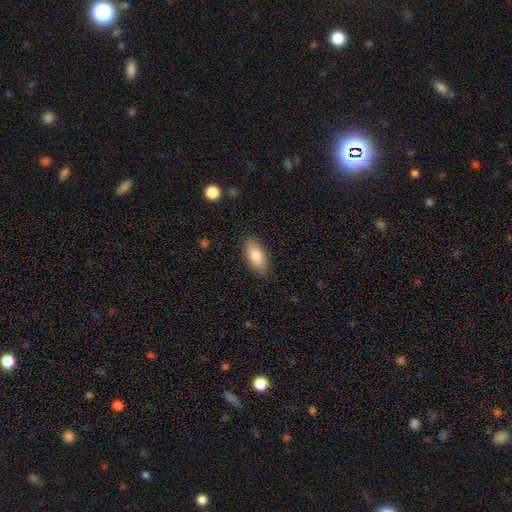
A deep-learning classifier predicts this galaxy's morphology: This appears to be a smooth galaxy with no disk features (81%) that is in between round and cigar-shaped (85%). Merging: none (87%).